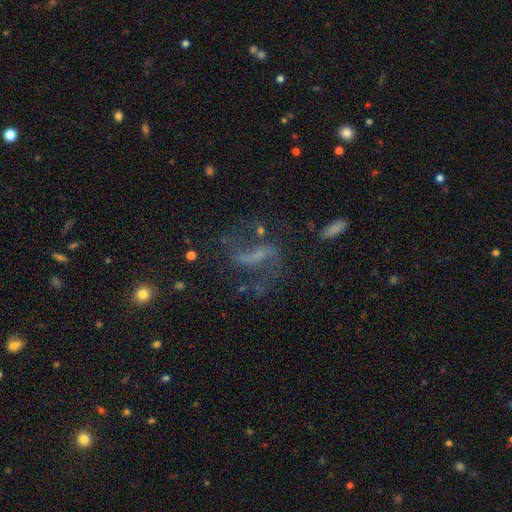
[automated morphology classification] Q: Smooth or featured?
A: featured or disk (68%); runner-up: star or artifact (16%)
Q: Edge-on disk?
A: no (92%); runner-up: yes (8%)
Q: Bar?
A: strong (45%); runner-up: weak (34%)
Q: Spiral arms?
A: yes (79%); runner-up: no (21%)
Q: Bulge size?
A: none (50%); runner-up: small (34%)
Q: Merging?
A: none (54%); runner-up: major disturbance (24%)